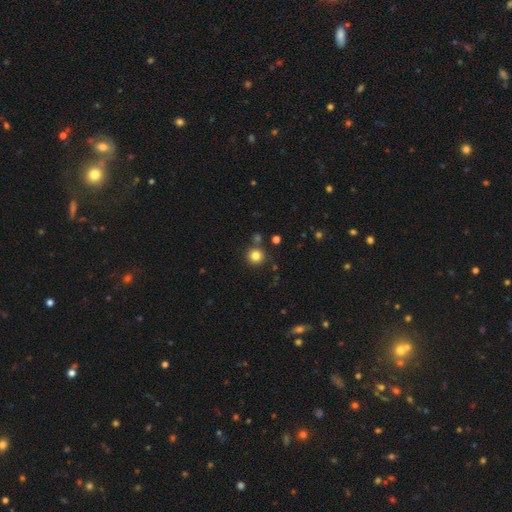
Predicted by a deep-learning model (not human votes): smooth-or-featured: smooth: 82% | star or artifact: 12% | featured or disk: 6%
  how-rounded: round: 94% | in between: 5% | cigar-shaped: 1%
  merging: none: 83% | minor disturbance: 8% | merger: 6% | major disturbance: 3%